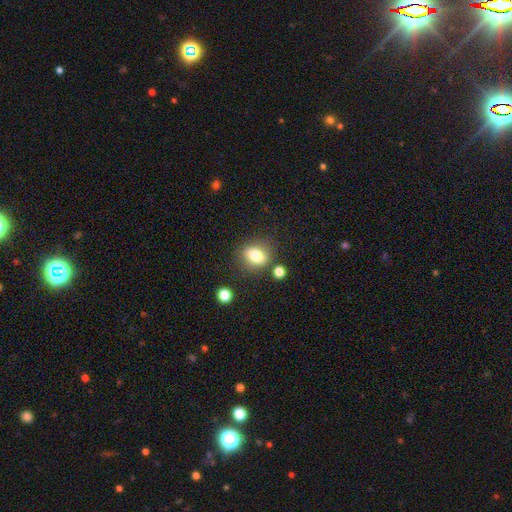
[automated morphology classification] Smooth or featured?
  - smooth: 78% *
  - featured or disk: 12%
  - star or artifact: 10%
How rounded?
  - in between: 59% *
  - round: 39%
  - cigar-shaped: 2%
Merging?
  - none: 75% *
  - minor disturbance: 14%
  - merger: 7%
  - major disturbance: 5%